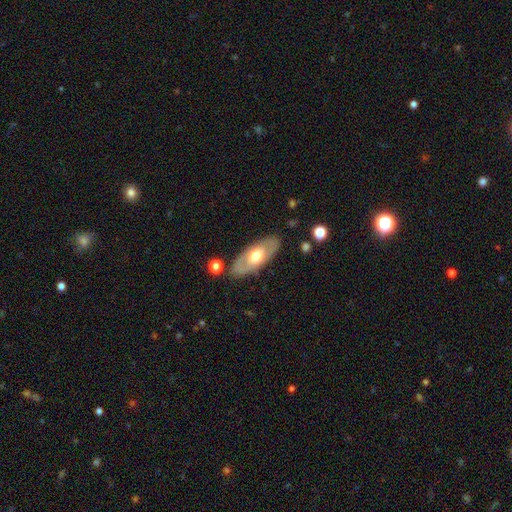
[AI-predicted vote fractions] Q: Smooth or featured?
A: featured or disk (53%); runner-up: smooth (42%)
Q: Edge-on disk?
A: no (77%); runner-up: yes (23%)
Q: Merging?
A: none (83%); runner-up: minor disturbance (11%)